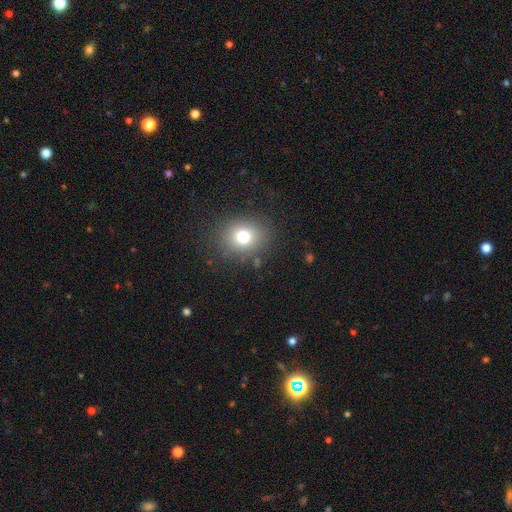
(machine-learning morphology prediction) Smooth or featured?
  - smooth: 69% *
  - star or artifact: 22%
  - featured or disk: 9%
How rounded?
  - round: 71% *
  - in between: 28%
  - cigar-shaped: 1%
Merging?
  - none: 89% *
  - minor disturbance: 7%
  - major disturbance: 3%
  - merger: 1%